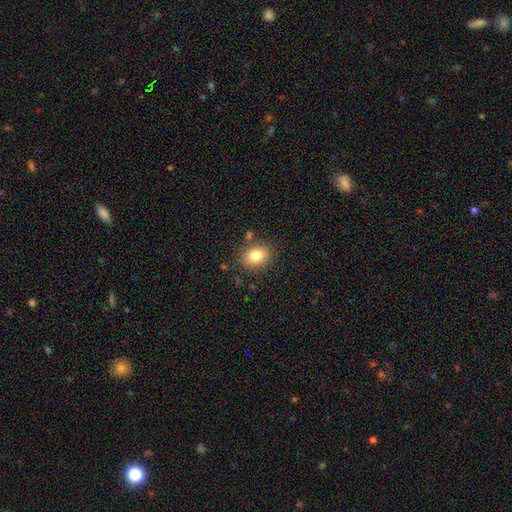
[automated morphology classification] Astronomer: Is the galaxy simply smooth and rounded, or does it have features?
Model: smooth — 81%.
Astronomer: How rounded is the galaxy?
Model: in between — 58% (runner-up: round, 41%).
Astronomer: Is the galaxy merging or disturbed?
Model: none — 82%.